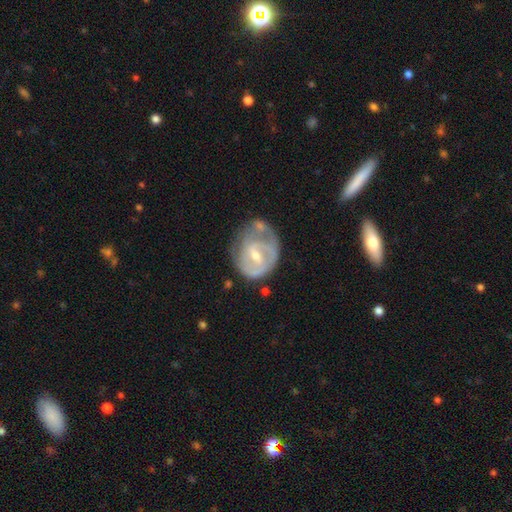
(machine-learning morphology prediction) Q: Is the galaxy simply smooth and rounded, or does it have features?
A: featured or disk — 76%.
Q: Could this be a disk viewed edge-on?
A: no — 97%.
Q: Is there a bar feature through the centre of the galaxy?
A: weak — 53%.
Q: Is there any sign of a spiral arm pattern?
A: yes — 78%.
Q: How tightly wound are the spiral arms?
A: tight — 56%.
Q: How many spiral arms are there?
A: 2 — 42%.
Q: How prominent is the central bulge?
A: small — 50%.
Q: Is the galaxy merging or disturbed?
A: none — 40%.